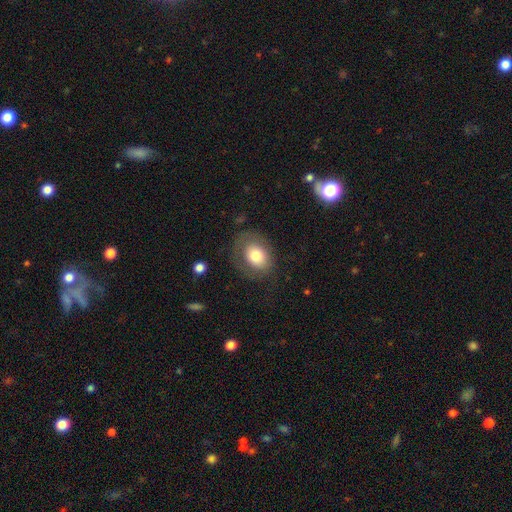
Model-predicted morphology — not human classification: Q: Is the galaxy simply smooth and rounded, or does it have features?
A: smooth — 71%.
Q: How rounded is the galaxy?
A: in between — 54%.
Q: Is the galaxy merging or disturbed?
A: none — 65%.